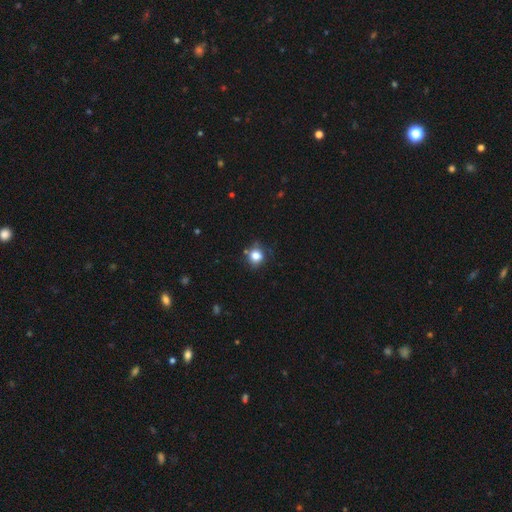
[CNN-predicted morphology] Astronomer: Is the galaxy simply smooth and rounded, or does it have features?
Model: smooth — 81%.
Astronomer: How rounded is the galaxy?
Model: round — 84%.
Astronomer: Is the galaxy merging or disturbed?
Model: none — 75%.